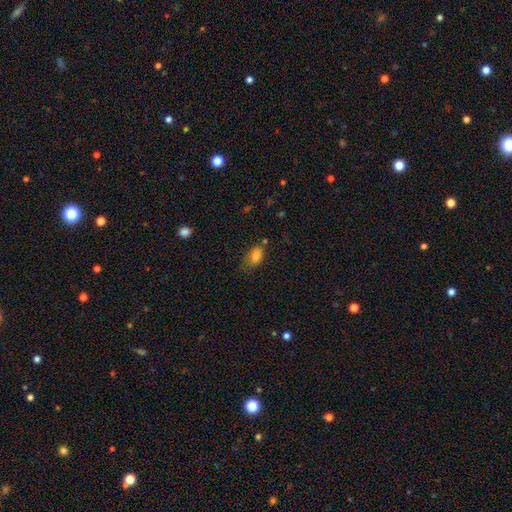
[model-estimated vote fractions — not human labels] smooth-or-featured: smooth: 81% | star or artifact: 9% | featured or disk: 9%
  how-rounded: in between: 86% | round: 12% | cigar-shaped: 2%
  merging: none: 56% | minor disturbance: 28% | major disturbance: 9% | merger: 7%